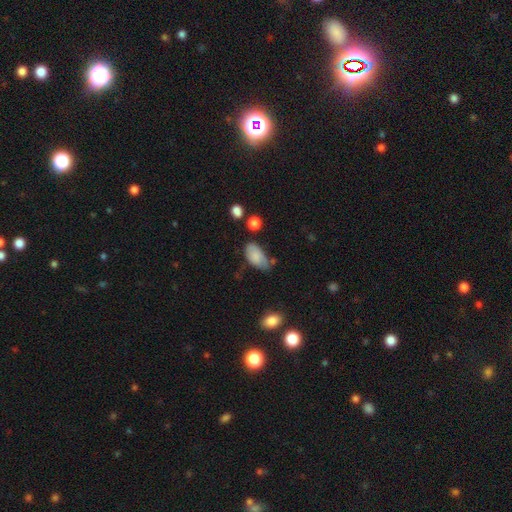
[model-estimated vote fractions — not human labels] The model was most divided on "merging": none: 50%, minor disturbance: 34%, major disturbance: 9%, merger: 7%. More confident: how rounded — in between (94%); smooth or featured — smooth (81%).